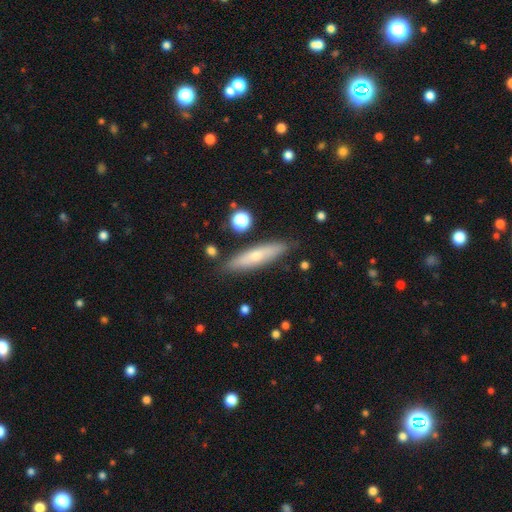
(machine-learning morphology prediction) A smooth galaxy with no disk features (56%) that is cigar-shaped (79%).

Vote fractions:
- Smooth or featured? smooth: 56% / featured or disk: 37% / star or artifact: 7%
- How rounded? cigar-shaped: 79% / in between: 19% / round: 2%
- Merging? none: 84% / minor disturbance: 11% / merger: 3% / major disturbance: 2%